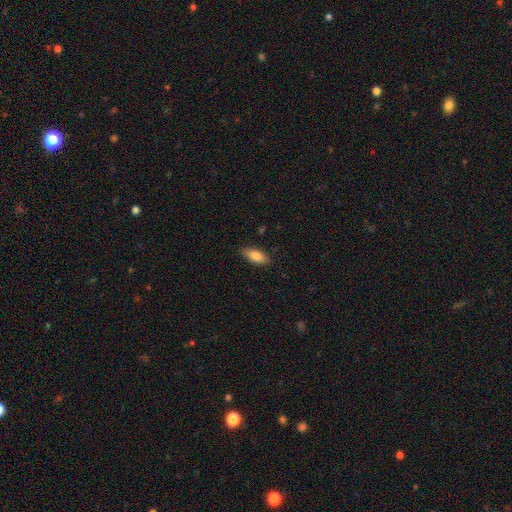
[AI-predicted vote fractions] This appears to be a smooth galaxy with no disk features (84%) that is in between round and cigar-shaped (78%). Merging: none (85%).